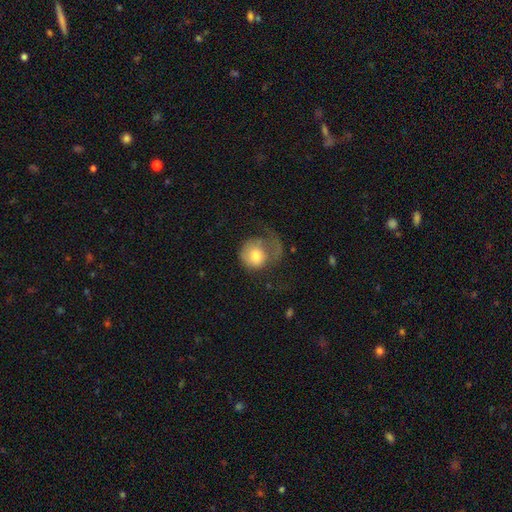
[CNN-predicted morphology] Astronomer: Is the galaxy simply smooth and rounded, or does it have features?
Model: smooth — 66%.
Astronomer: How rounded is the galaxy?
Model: round — 75%.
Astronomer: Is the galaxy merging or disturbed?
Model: major disturbance — 57%.